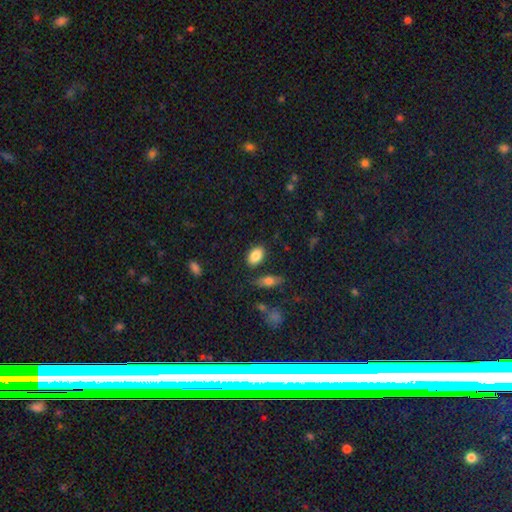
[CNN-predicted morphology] smooth-or-featured: smooth: 85% | star or artifact: 8% | featured or disk: 7%
  how-rounded: in between: 89% | round: 9% | cigar-shaped: 2%
  merging: none: 81% | minor disturbance: 11% | merger: 5% | major disturbance: 3%